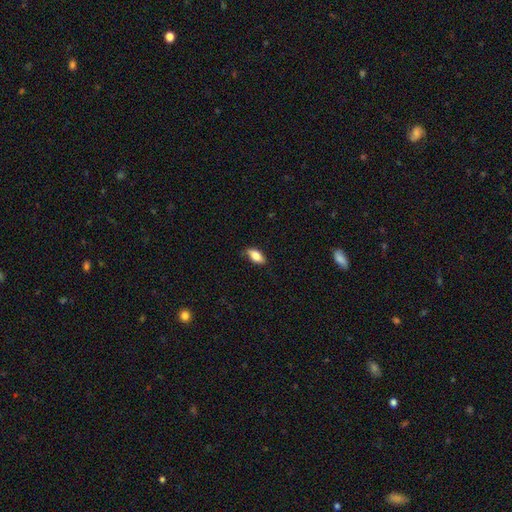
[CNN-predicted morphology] This appears to be a smooth galaxy with no disk features (80%) that is in between round and cigar-shaped (88%). Merging: none (74%).